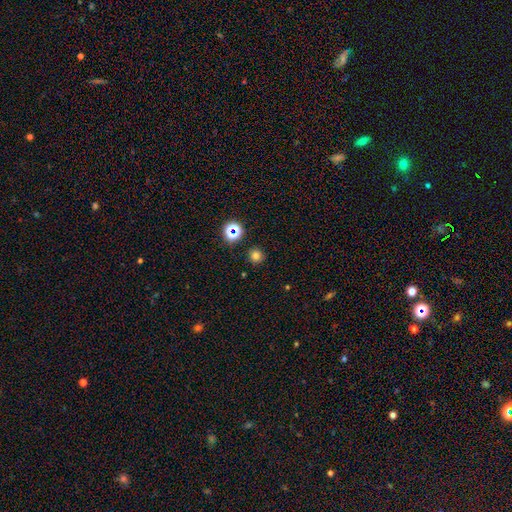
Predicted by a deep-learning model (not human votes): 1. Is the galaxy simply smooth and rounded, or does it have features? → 75% smooth, 20% star or artifact, 5% featured or disk.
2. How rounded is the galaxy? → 94% round, 5% in between, 1% cigar-shaped.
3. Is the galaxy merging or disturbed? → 89% none, 6% minor disturbance, 2% major disturbance, 2% merger.